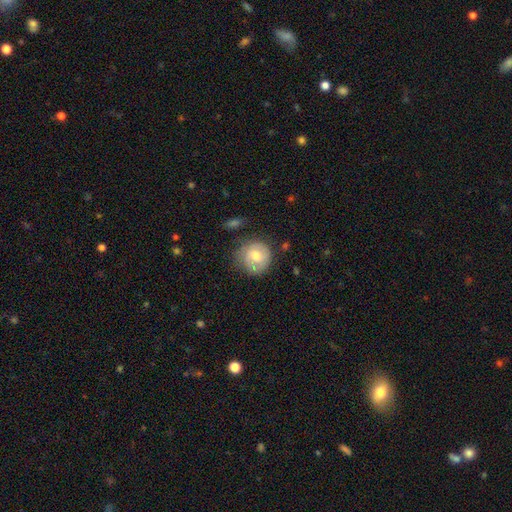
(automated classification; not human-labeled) Overall: smooth (62%; featured or disk 31%). How rounded: round (89%). Merging: none (64%; minor disturbance 24%).